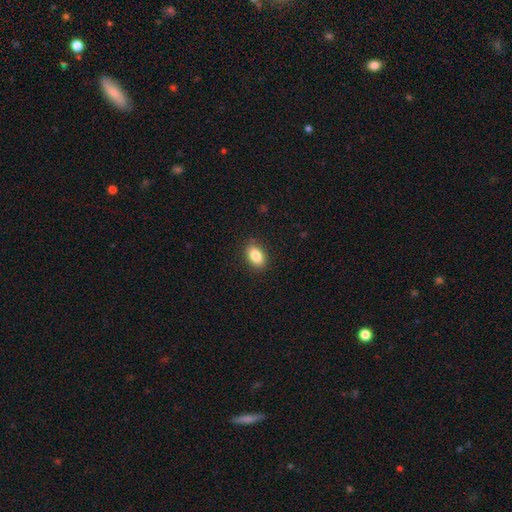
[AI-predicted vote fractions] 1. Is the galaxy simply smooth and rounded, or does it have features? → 85% smooth, 8% star or artifact, 7% featured or disk.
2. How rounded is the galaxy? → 87% in between, 11% round, 2% cigar-shaped.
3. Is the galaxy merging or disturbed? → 88% none, 9% minor disturbance, 2% major disturbance, 1% merger.